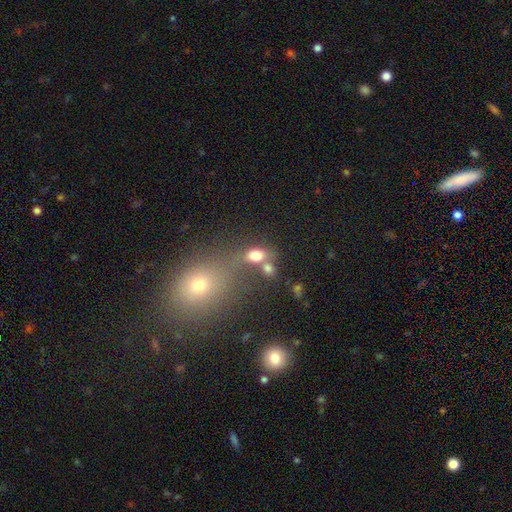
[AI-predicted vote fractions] A smooth galaxy with no disk features (75%) that is in between round and cigar-shaped (68%). Merging: none (46%).